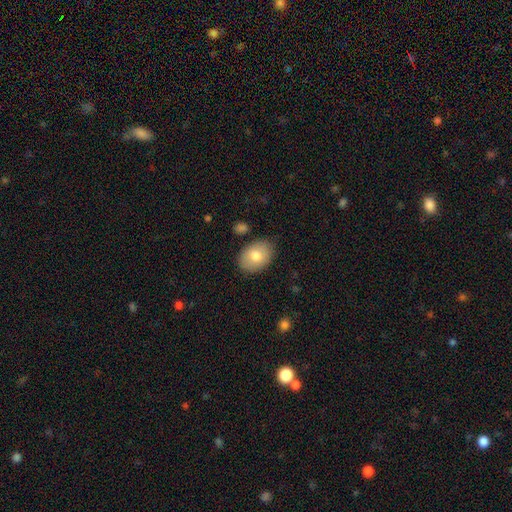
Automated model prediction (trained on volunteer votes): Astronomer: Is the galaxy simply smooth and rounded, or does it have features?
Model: smooth — 76%.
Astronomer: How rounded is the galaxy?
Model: in between — 81%.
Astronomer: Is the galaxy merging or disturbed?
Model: none — 82%.